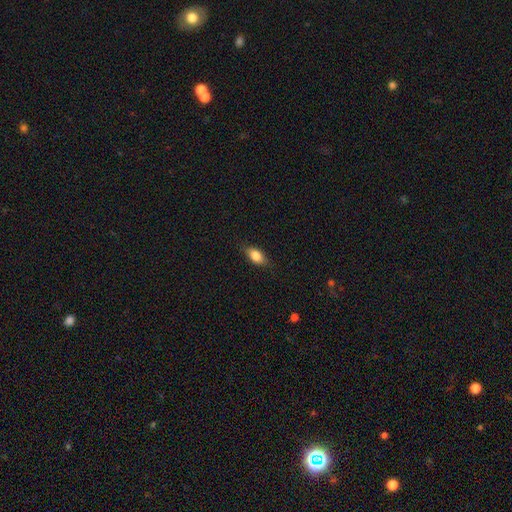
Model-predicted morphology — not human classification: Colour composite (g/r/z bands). It shows a smooth galaxy with no disk features (81%) that is in between round and cigar-shaped (85%). Merging: none (81%).